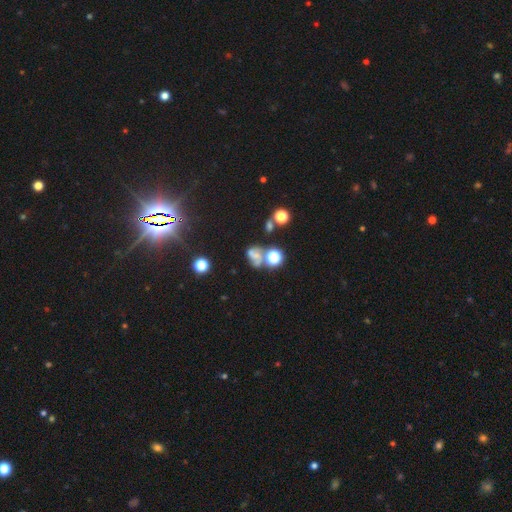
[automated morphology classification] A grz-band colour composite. It shows a smooth galaxy with no disk features (39%). Merging: merger (39%).